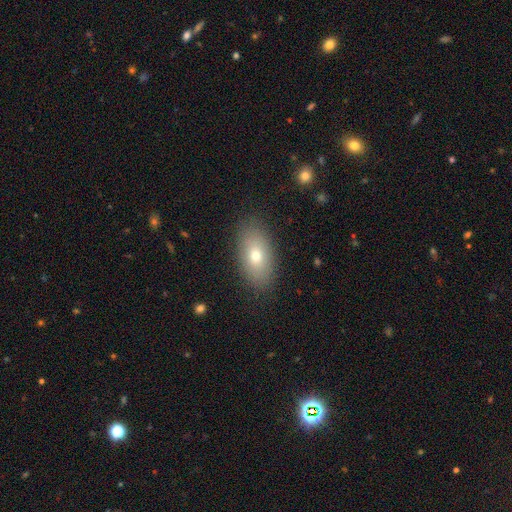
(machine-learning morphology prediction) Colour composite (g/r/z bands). It shows a smooth galaxy with no disk features (72%) that is in between round and cigar-shaped (90%). Merging: none (85%).